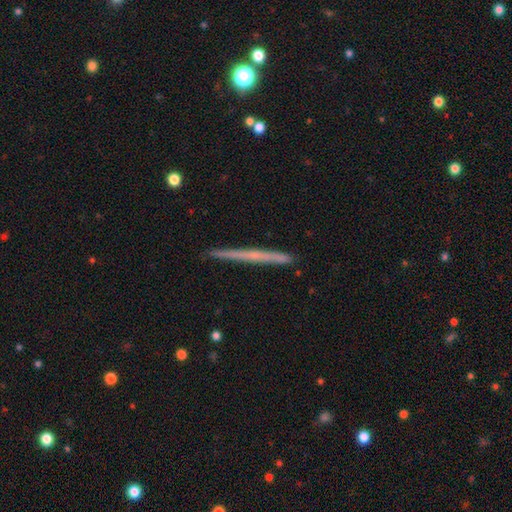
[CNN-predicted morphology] This is possibly a featured or disk galaxy (53%). It is clearly viewed edge-on (98%). Edge-on bulge: clearly none (86%). Merging: clearly none (91%).